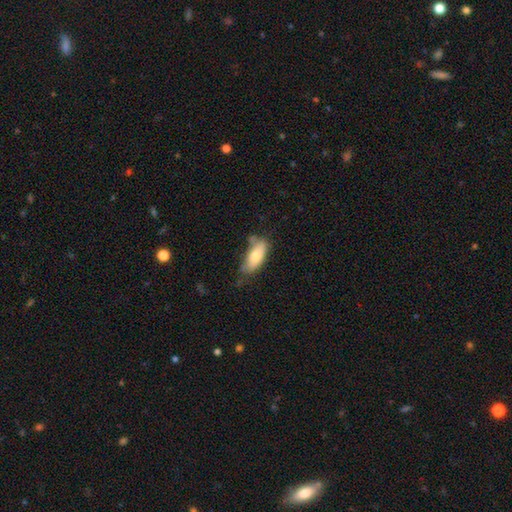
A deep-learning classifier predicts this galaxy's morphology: smooth 73%, featured or disk 20%, star or artifact 7%. Down the decision tree: how rounded — in between (81%); merging — none (55%).